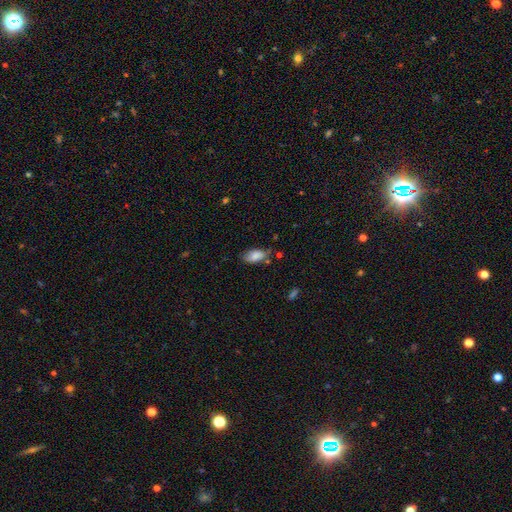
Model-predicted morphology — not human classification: smooth_or_featured: smooth (p=0.83) [alt: featured or disk p=0.09]
how_rounded: in between (p=0.91) [alt: cigar-shaped p=0.06]
merging: none (p=0.63) [alt: minor disturbance p=0.25]